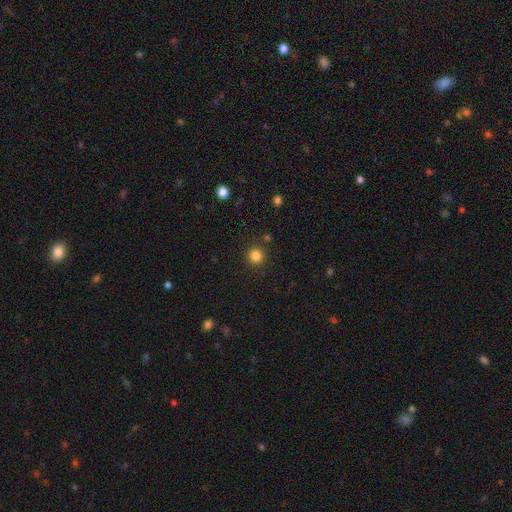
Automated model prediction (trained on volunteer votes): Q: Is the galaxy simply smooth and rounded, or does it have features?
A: smooth — 83%.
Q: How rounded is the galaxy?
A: round — 94%.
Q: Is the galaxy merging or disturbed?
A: none — 90%.